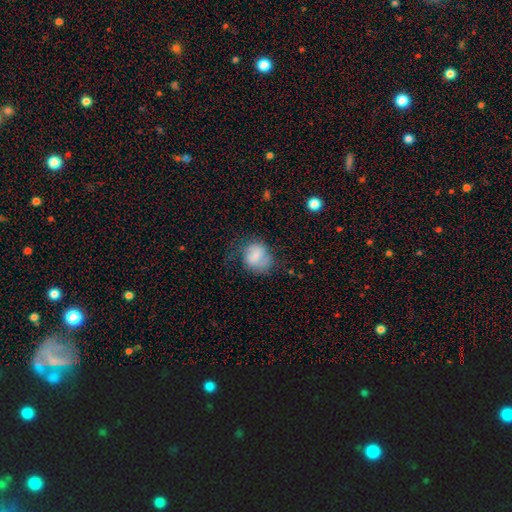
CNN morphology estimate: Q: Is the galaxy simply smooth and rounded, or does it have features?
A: smooth — 71%.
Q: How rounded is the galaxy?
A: round — 65%.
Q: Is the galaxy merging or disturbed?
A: none — 45%.